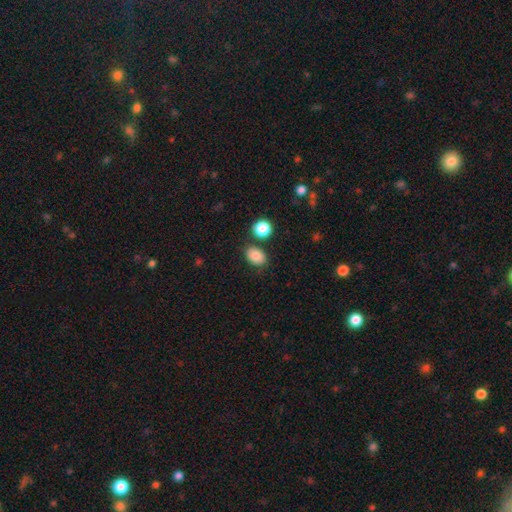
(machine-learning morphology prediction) Smooth or featured? Predicted: smooth (p=0.84). How rounded? Predicted: in between (p=0.73). Merging? Predicted: none (p=0.77).